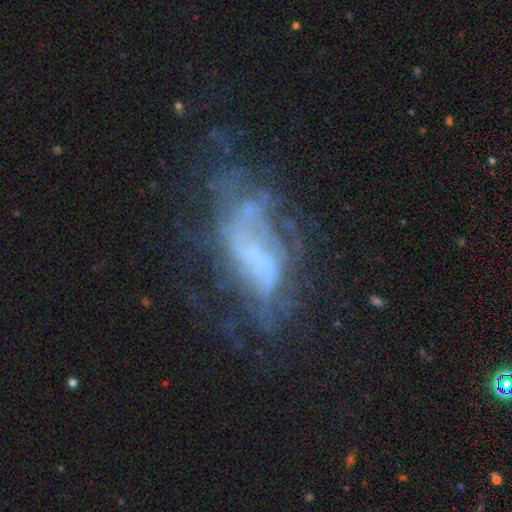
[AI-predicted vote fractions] Smooth or featured: featured or disk — 68% (smooth — 17%)
Edge-on disk: no — 94% (yes — 6%)
Bar: no — 56% (weak — 29%)
Spiral arms: no — 53% (yes — 47%)
Bulge size: none — 61% (small — 23%)
Merging: major disturbance — 37% (none — 36%)